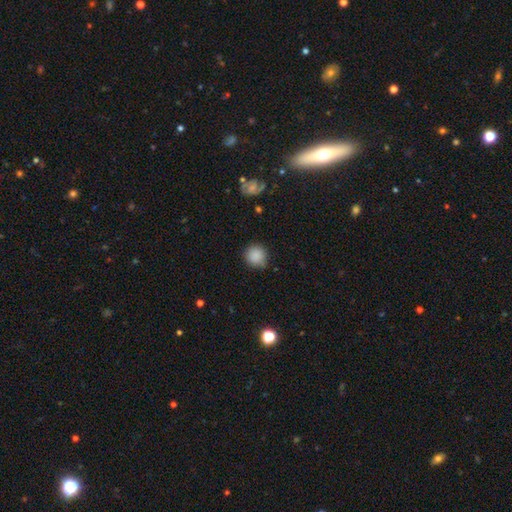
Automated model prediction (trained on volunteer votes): smooth-or-featured: smooth: 86% | star or artifact: 9% | featured or disk: 5%
  how-rounded: round: 92% | in between: 7% | cigar-shaped: 1%
  merging: none: 79% | minor disturbance: 16% | major disturbance: 4% | merger: 2%